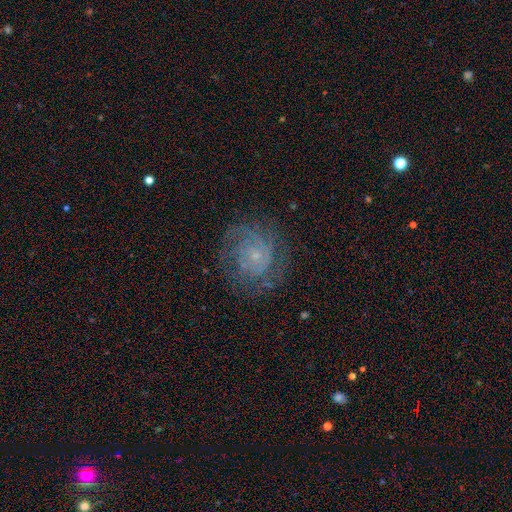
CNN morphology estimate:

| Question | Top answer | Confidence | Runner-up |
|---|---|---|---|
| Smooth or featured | featured or disk | 72% | smooth (16%) |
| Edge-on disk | no | 98% | yes (2%) |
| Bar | no | 76% | weak (20%) |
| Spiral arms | yes | 91% | no (9%) |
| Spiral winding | tight | 63% | medium (29%) |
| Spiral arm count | can't tell | 39% | 2 (27%) |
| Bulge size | small | 73% | moderate (15%) |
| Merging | none | 76% | minor disturbance (14%) |